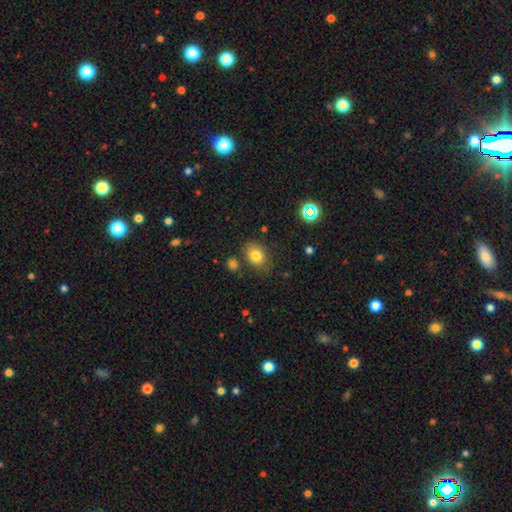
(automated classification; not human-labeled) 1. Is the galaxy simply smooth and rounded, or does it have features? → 79% smooth, 11% star or artifact, 10% featured or disk.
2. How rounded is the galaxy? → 68% in between, 31% round, 1% cigar-shaped.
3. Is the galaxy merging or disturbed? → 76% none, 14% minor disturbance, 5% merger, 4% major disturbance.